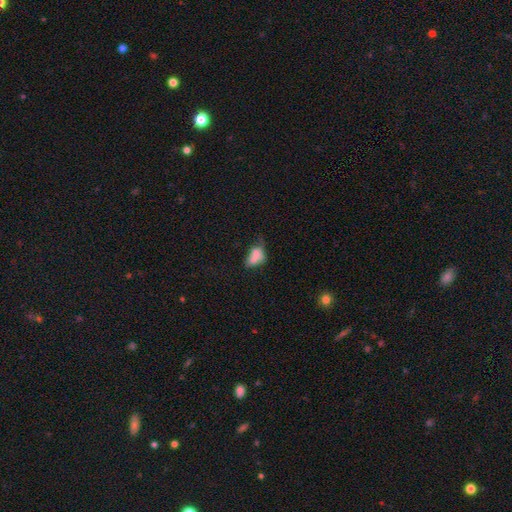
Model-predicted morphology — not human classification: This is likely a smooth galaxy (68%). How rounded: clearly in between (85%). Merging: marginally minor disturbance (29%, tied with none).